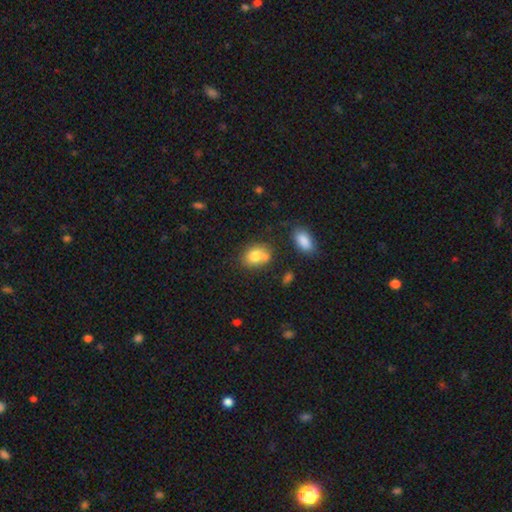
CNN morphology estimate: The model was most divided on "how rounded": in between: 57%, round: 41%, cigar-shaped: 1%. More confident: smooth or featured — smooth (78%); merging — none (52%).